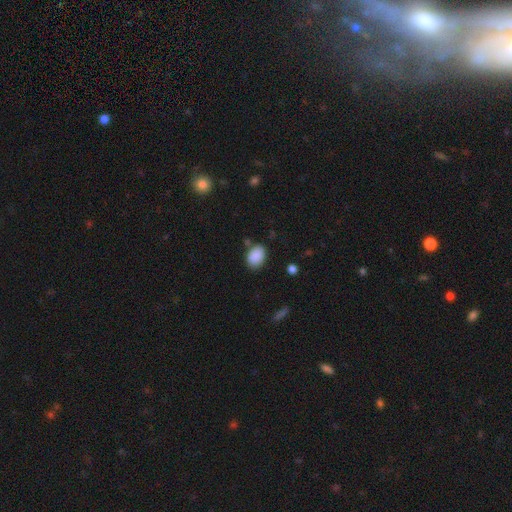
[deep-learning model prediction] Smooth or featured? Predicted: smooth (p=0.89). How rounded? Predicted: in between (p=0.74). Merging? Predicted: none (p=0.77).